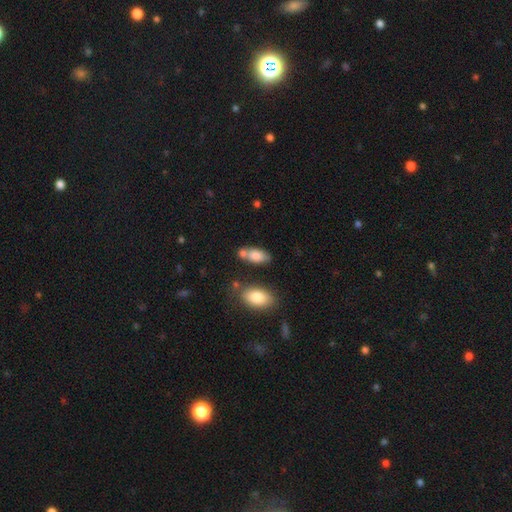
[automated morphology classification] smooth_or_featured: smooth (p=0.81) [alt: featured or disk p=0.11]
how_rounded: in between (p=0.87) [alt: cigar-shaped p=0.08]
merging: none (p=0.54) [alt: merger p=0.25]